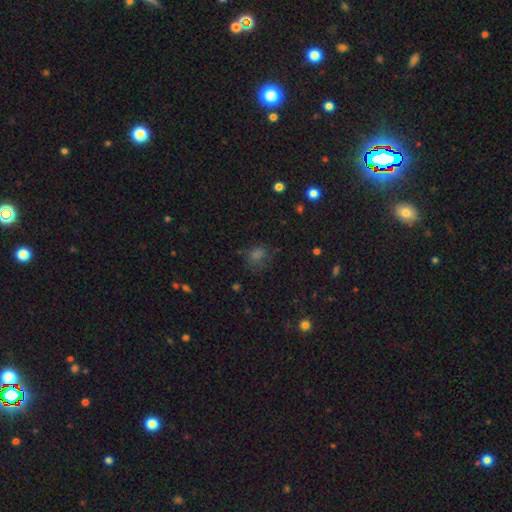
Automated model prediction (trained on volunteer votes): A smooth galaxy with no disk features (57%) that is round (59%). Merging: none (65%).